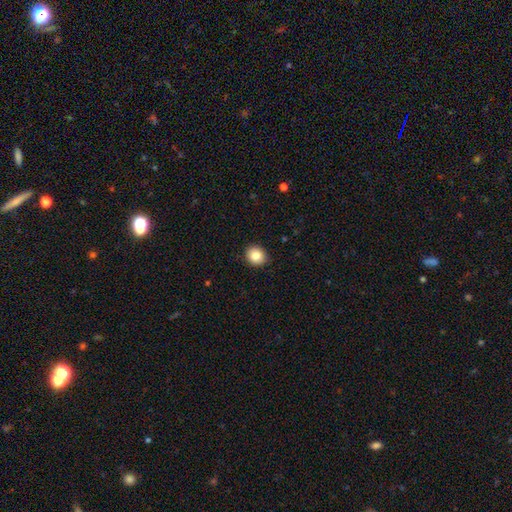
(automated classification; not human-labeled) smooth-or-featured: smooth: 84% | star or artifact: 9% | featured or disk: 7%
  how-rounded: round: 76% | in between: 23% | cigar-shaped: 1%
  merging: none: 90% | minor disturbance: 7% | major disturbance: 2% | merger: 1%